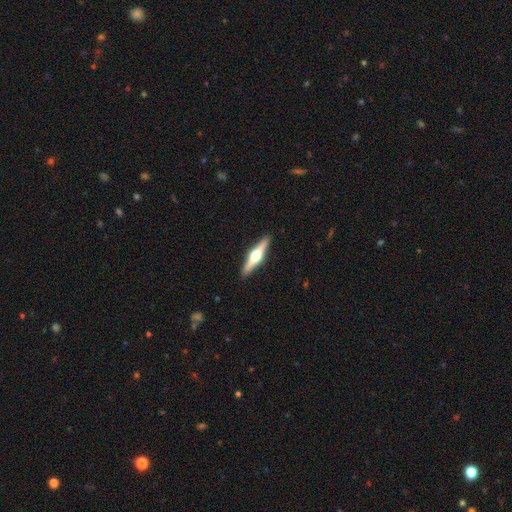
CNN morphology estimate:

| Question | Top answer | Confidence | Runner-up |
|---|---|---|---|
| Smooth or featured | featured or disk | 73% | smooth (22%) |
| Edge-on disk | yes | 98% | no (2%) |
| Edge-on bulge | rounded | 96% | boxy (3%) |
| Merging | none | 92% | minor disturbance (6%) |